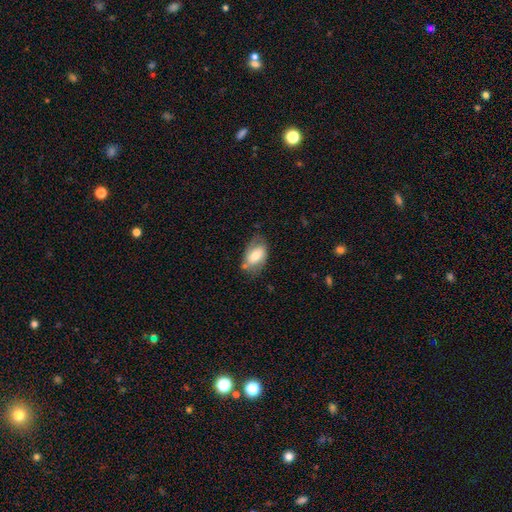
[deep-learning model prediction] Morphology: type=smooth (64%); roundness=in between (90%); merging=none (60%).